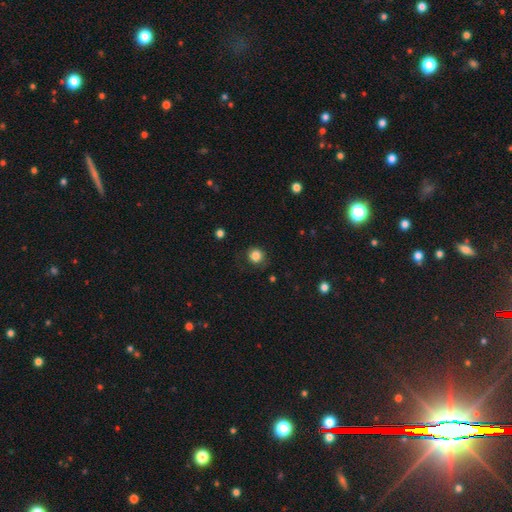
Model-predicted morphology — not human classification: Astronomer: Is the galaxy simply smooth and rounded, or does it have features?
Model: smooth — 84%.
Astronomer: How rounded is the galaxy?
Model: round — 90%.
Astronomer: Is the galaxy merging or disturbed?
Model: none — 80%.